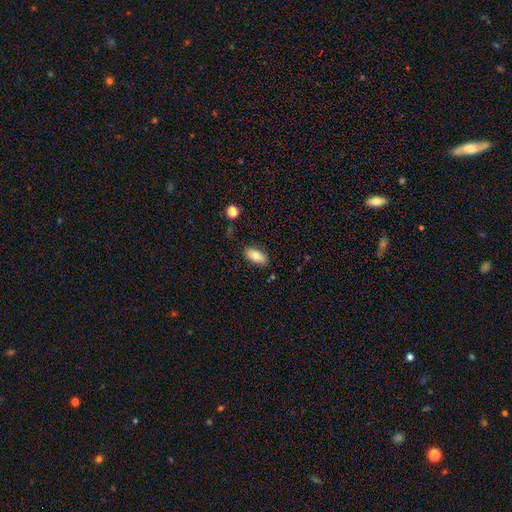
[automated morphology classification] This appears to be a smooth galaxy with no disk features (75%) that is in between round and cigar-shaped (90%). Merging: none (80%).